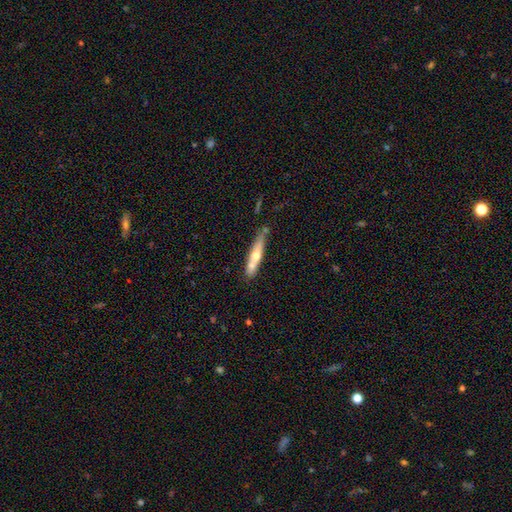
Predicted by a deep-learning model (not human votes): A featured or disk galaxy (47%, tied with smooth).

Vote fractions:
- Smooth or featured? featured or disk: 47% (tied) / smooth: 47% (tied) / star or artifact: 6%
- Merging? none: 59% / minor disturbance: 20% / merger: 16% / major disturbance: 5%